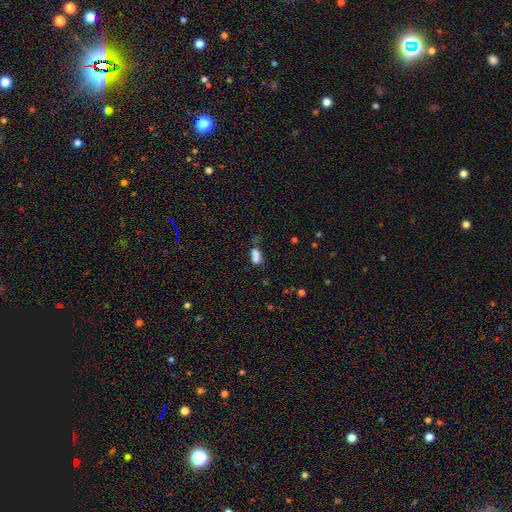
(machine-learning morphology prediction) smooth-or-featured: smooth: 72% | star or artifact: 16% | featured or disk: 11%
  how-rounded: in between: 79% | round: 11% | cigar-shaped: 10%
  merging: none: 34% (tied) | merger: 34% (tied) | minor disturbance: 20% | major disturbance: 13%